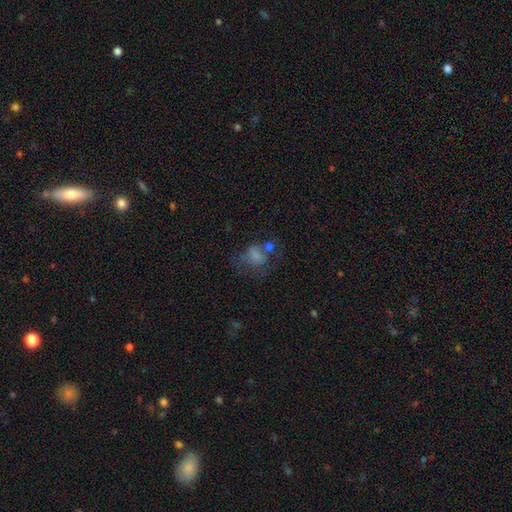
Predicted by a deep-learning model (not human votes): A smooth galaxy with no disk features (58%) that is in between round and cigar-shaped (54%). Merging: major disturbance (35%).